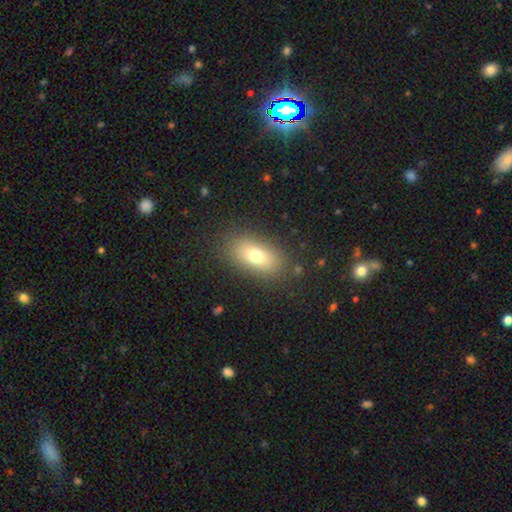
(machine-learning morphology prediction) type=smooth (73%); roundness=in between (85%); merging=none (84%).